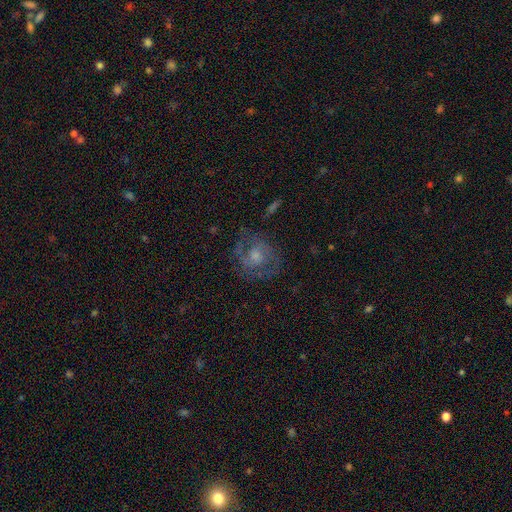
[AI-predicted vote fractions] featured or disk 60%, smooth 29%, star or artifact 11%. Down the decision tree: edge-on disk — no (97%); bar — no (72%); spiral arms — yes (68%); bulge size — moderate (47%); merging — none (65%).